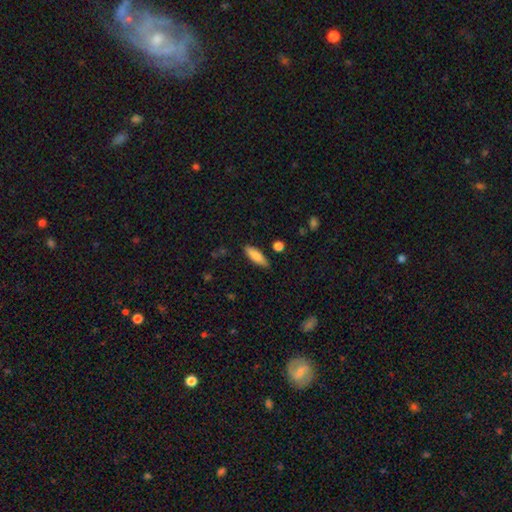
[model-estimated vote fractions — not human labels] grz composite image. It shows a smooth galaxy with no disk features (83%) that is cigar-shaped (50%). Merging: none (82%).